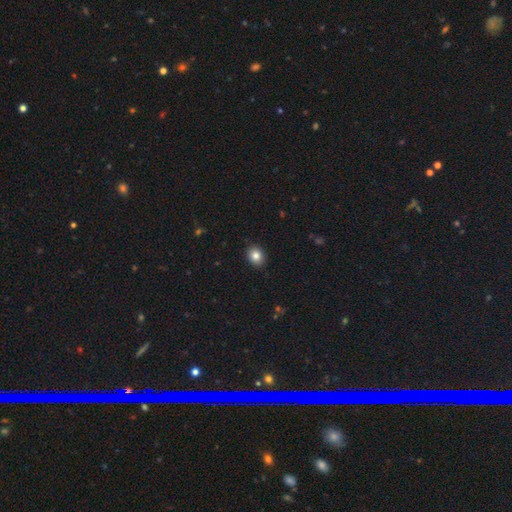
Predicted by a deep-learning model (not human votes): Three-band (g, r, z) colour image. It shows a smooth galaxy with no disk features (84%) that is round (52%). Merging: none (90%).